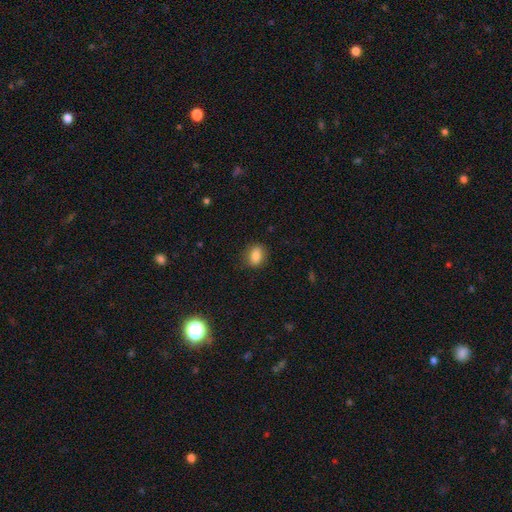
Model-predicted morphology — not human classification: A smooth galaxy with no disk features (83%) that is in between round and cigar-shaped (64%). Merging: none (84%).